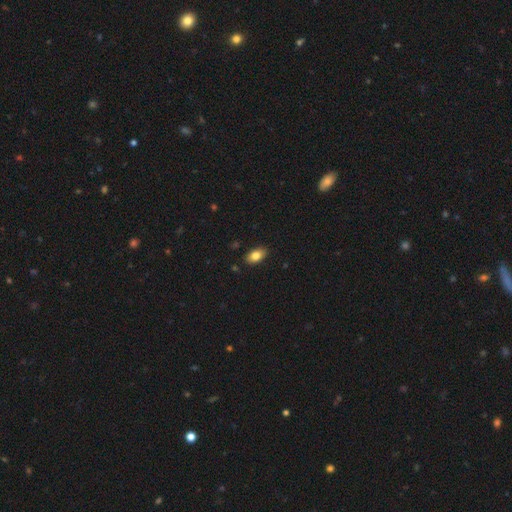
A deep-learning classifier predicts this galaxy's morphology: smooth 81%, featured or disk 11%, star or artifact 8%. Down the decision tree: how rounded — in between (91%); merging — none (88%).